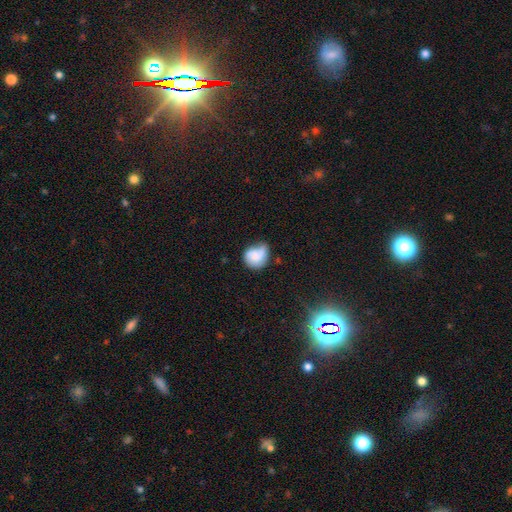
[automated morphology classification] Smooth or featured? Predicted: smooth (p=0.65). How rounded? Predicted: round (p=0.67). Merging? Predicted: minor disturbance (p=0.40).